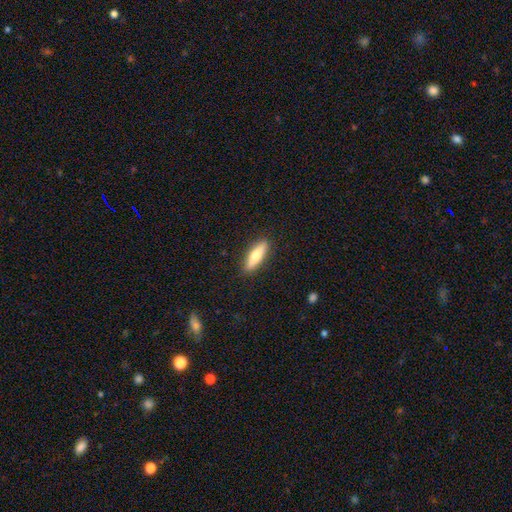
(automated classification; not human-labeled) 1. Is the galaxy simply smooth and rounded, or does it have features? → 65% smooth, 30% featured or disk, 6% star or artifact.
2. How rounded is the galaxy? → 61% cigar-shaped, 37% in between, 2% round.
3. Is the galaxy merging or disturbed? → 90% none, 7% minor disturbance, 2% major disturbance, 1% merger.